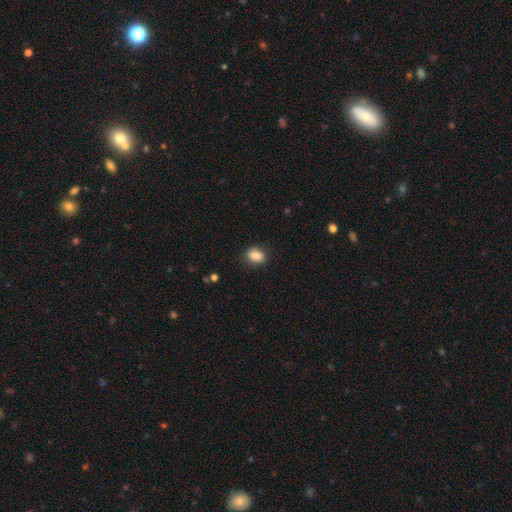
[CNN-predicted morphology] type=smooth (87%); roundness=in between (72%); merging=none (83%).